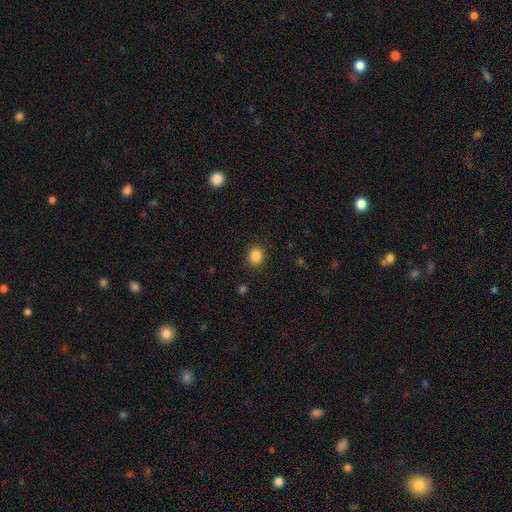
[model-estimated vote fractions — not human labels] smooth 86%, star or artifact 10%, featured or disk 4%. Down the decision tree: how rounded — round (67%); merging — none (89%).